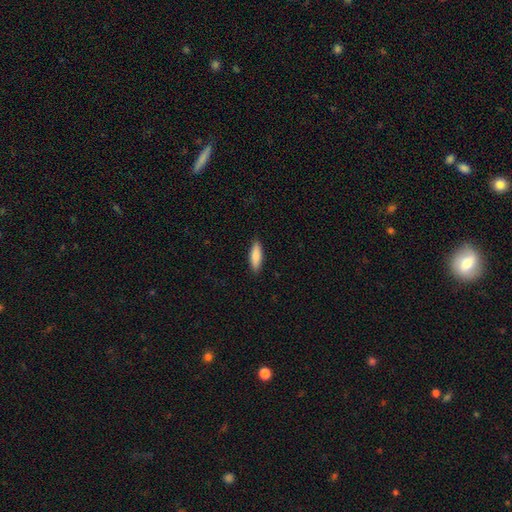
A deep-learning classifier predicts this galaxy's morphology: smooth 86%, featured or disk 9%, star or artifact 5%. Down the decision tree: how rounded — cigar-shaped (50%); merging — none (89%).